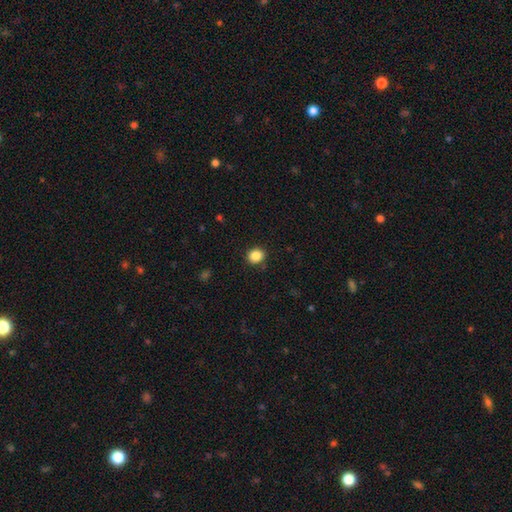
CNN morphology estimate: Smooth or featured? Predicted: smooth (p=0.86). How rounded? Predicted: round (p=0.73). Merging? Predicted: none (p=0.88).